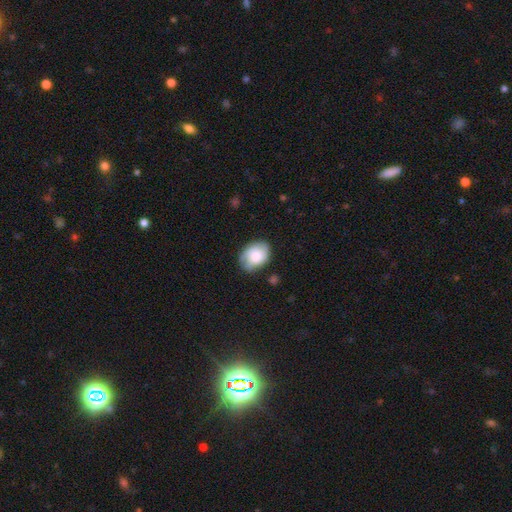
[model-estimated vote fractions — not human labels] Smooth or featured? smooth (61%)
How rounded? in between (64%)
Merging? none (69%)